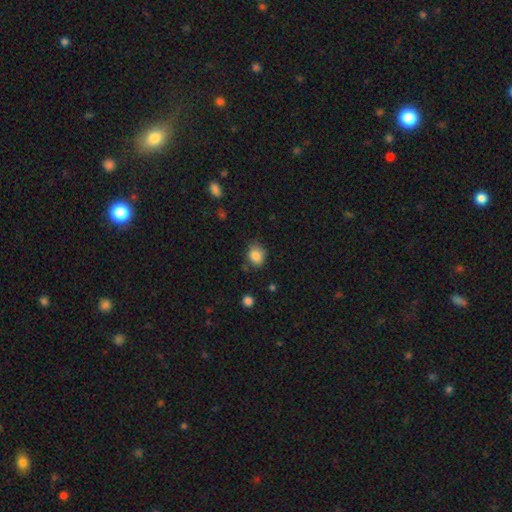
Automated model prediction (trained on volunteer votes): The model was most divided on "how rounded": in between: 50%, round: 49%, cigar-shaped: 1%. More confident: smooth or featured — smooth (85%); merging — none (71%).